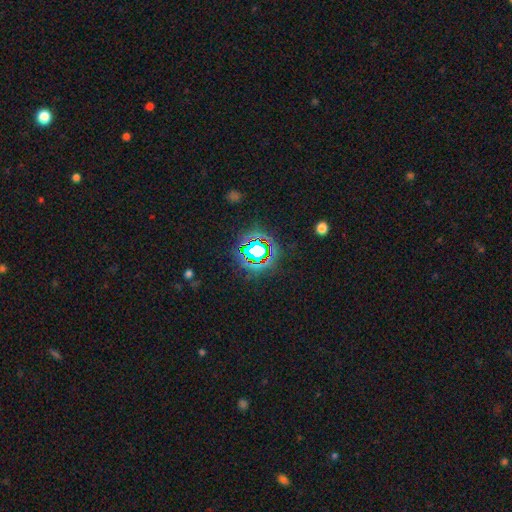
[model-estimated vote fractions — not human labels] smooth_or_featured: star or artifact (p=0.72) [alt: smooth p=0.18]